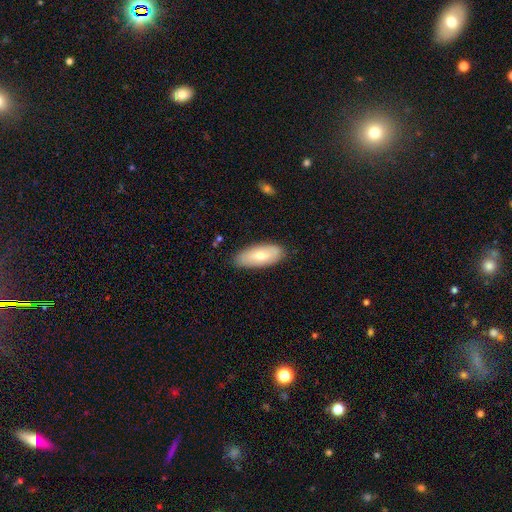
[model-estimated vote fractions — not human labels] The model was most divided on "smooth or featured": smooth: 63%, featured or disk: 30%, star or artifact: 7%. More confident: merging — none (85%); how rounded — in between (81%).